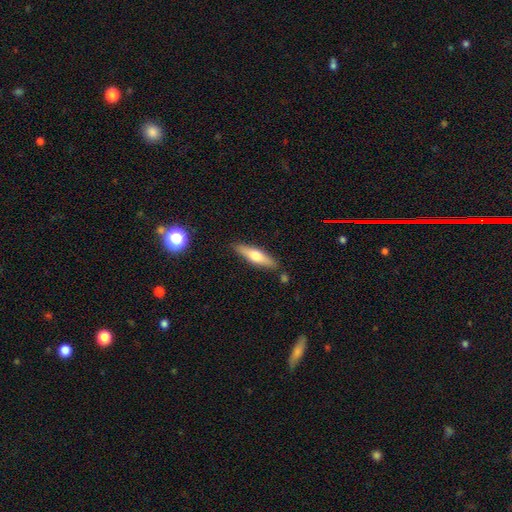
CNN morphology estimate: Overall: smooth (53%; featured or disk 41%). How rounded: cigar-shaped (72%). Merging: none (83%).